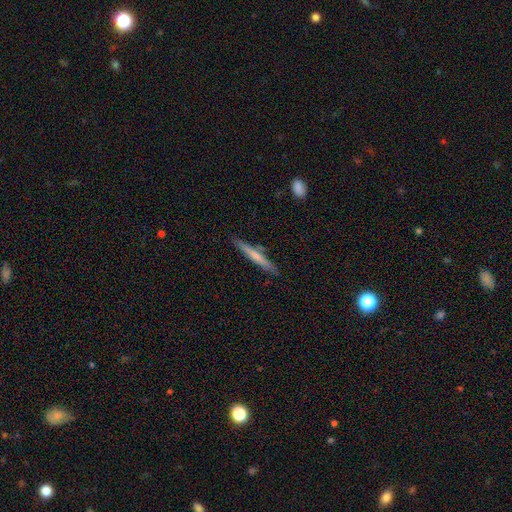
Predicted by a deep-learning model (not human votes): This appears to be a smooth galaxy with no disk features (57%) that is cigar-shaped (95%). Merging: none (85%).